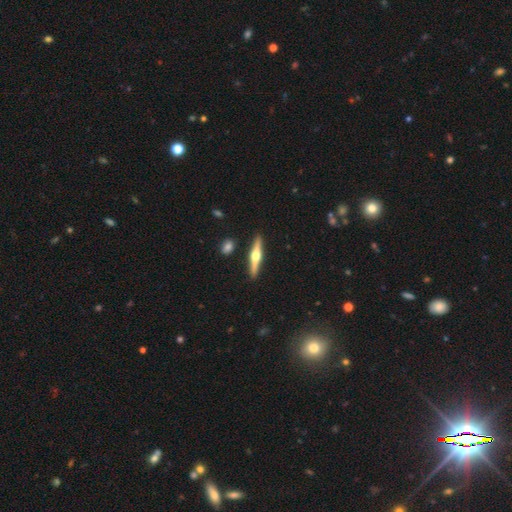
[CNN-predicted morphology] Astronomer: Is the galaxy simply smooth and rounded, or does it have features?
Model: featured or disk — 68%.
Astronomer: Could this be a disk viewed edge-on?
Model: yes — 97%.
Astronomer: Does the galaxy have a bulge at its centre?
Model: rounded — 94%.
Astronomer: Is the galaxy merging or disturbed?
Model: none — 89%.